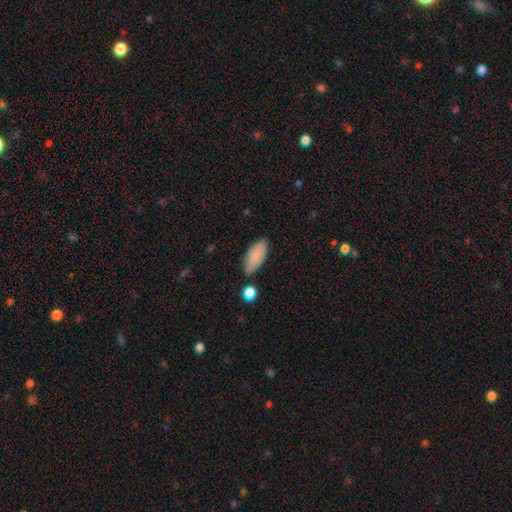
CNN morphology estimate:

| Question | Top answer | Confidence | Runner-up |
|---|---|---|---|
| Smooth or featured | smooth | 86% | featured or disk (8%) |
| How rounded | in between | 86% | cigar-shaped (12%) |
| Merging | none | 73% | minor disturbance (18%) |